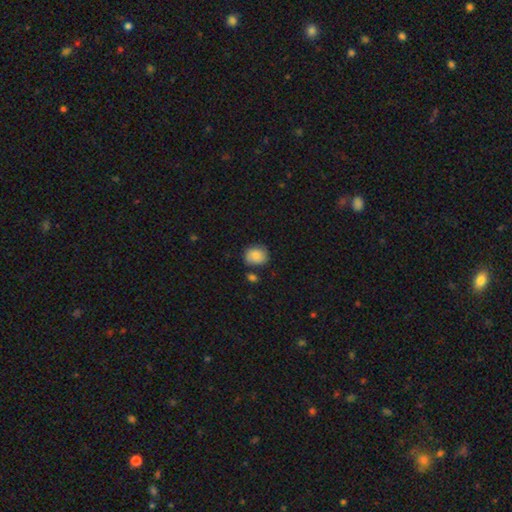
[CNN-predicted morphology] type=smooth (86%); roundness=round (62%); merging=none (72%).